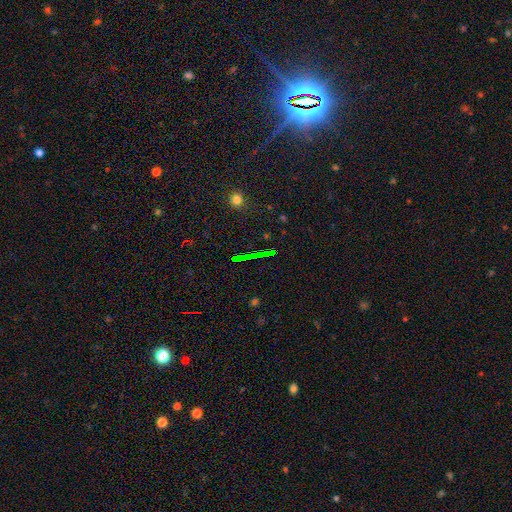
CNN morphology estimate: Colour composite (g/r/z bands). It shows a star or artifact, not a galaxy (70%).